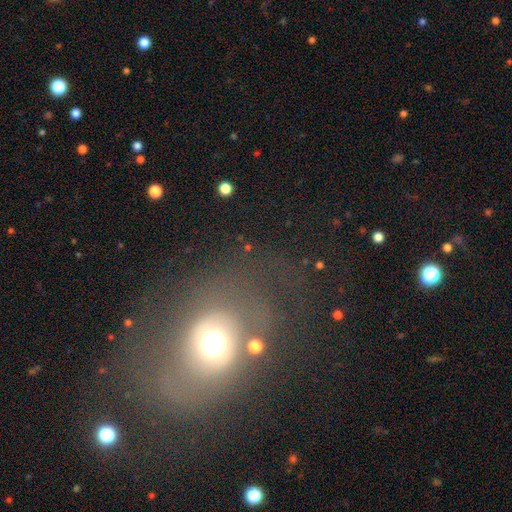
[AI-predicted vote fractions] Smooth or featured?
  - featured or disk: 38% * (tied)
  - smooth: 38% * (tied)
  - star or artifact: 24%
Merging?
  - none: 66% *
  - minor disturbance: 16%
  - major disturbance: 15%
  - merger: 4%